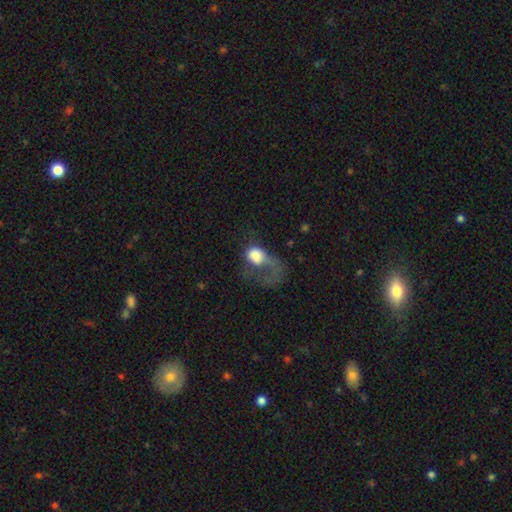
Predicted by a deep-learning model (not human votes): Smooth or featured? smooth (59%)
How rounded? in between (55%)
Merging? major disturbance (71%)